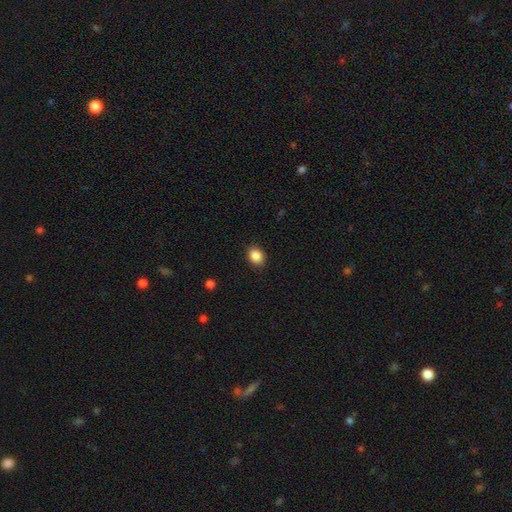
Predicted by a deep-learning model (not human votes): A smooth galaxy with no disk features (87%) that is round (54%). Merging: none (88%).